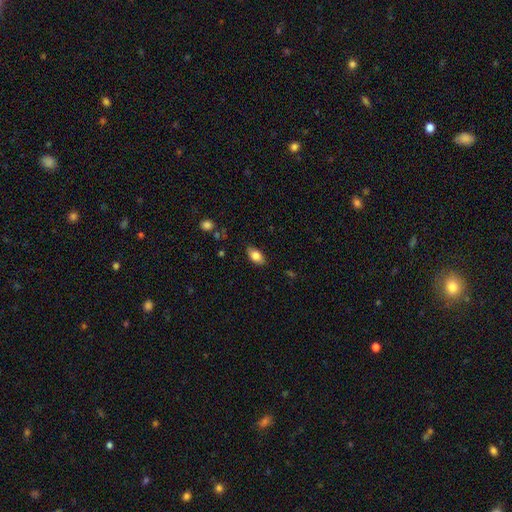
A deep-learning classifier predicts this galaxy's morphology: type=smooth (81%); roundness=in between (89%); merging=none (83%).